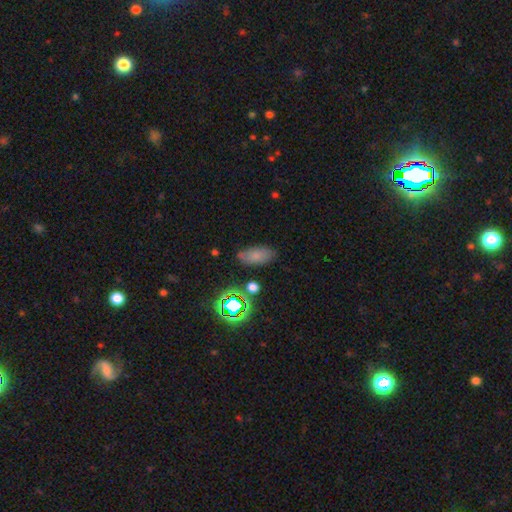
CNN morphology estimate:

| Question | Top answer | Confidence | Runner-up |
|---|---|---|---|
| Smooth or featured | smooth | 70% | star or artifact (19%) |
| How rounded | in between | 88% | cigar-shaped (6%) |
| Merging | none | 75% | minor disturbance (16%) |